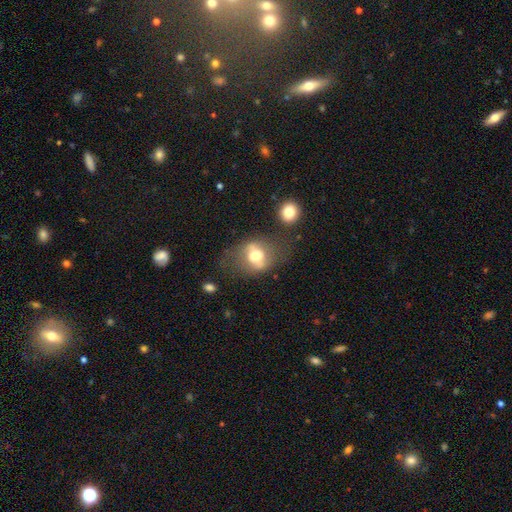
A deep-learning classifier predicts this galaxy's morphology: smooth_or_featured: smooth (p=0.54) [alt: featured or disk p=0.38]
how_rounded: in between (p=0.59) [alt: round p=0.39]
merging: none (p=0.56) [alt: minor disturbance p=0.21]